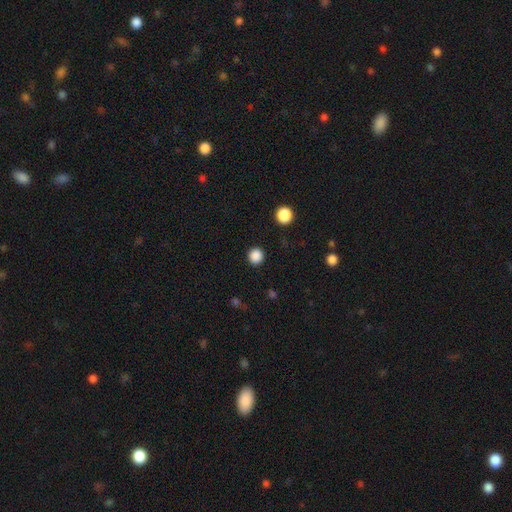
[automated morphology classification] Overall: smooth (87%). How rounded: round (93%). Merging: none (92%).